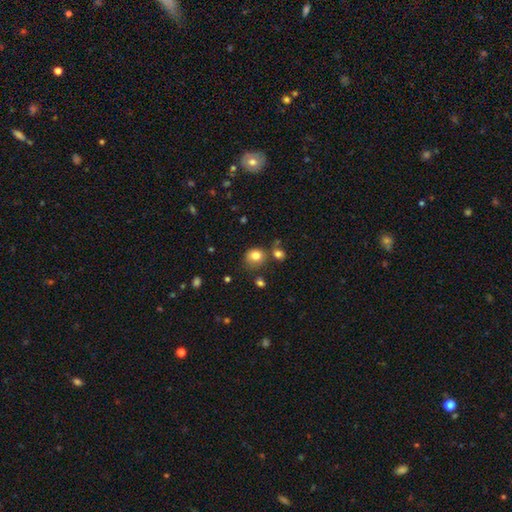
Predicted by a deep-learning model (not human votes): Smooth or featured: smooth — 80% (star or artifact — 12%)
How rounded: round — 76% (in between — 23%)
Merging: none — 69% (minor disturbance — 16%)